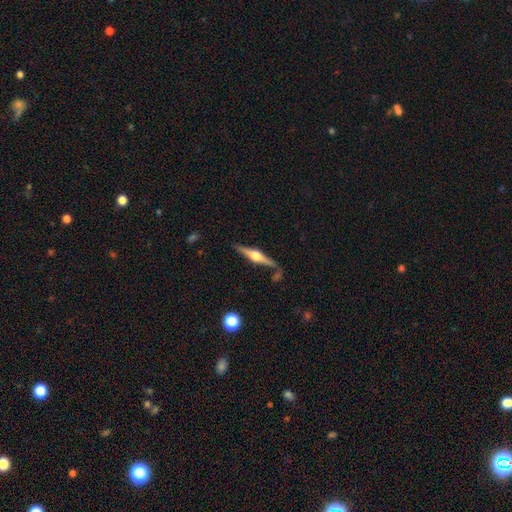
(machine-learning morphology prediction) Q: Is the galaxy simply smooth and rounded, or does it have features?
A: featured or disk — 79%.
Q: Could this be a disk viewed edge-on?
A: yes — 98%.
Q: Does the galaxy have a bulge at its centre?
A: rounded — 94%.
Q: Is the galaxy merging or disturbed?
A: none — 82%.